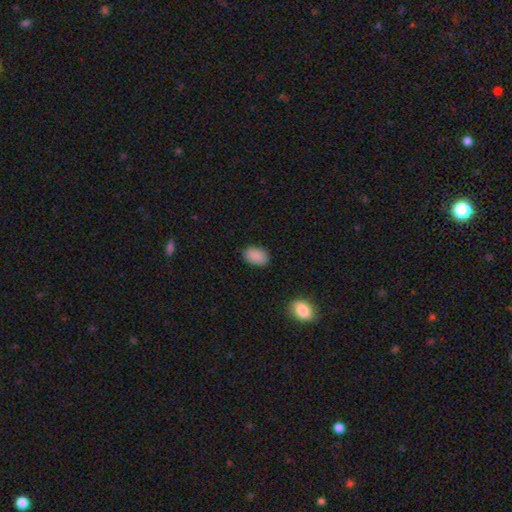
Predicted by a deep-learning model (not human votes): Smooth or featured?
  - smooth: 89% *
  - star or artifact: 8%
  - featured or disk: 3%
How rounded?
  - in between: 87% *
  - round: 12%
  - cigar-shaped: 1%
Merging?
  - none: 84% *
  - minor disturbance: 12%
  - major disturbance: 3%
  - merger: 1%